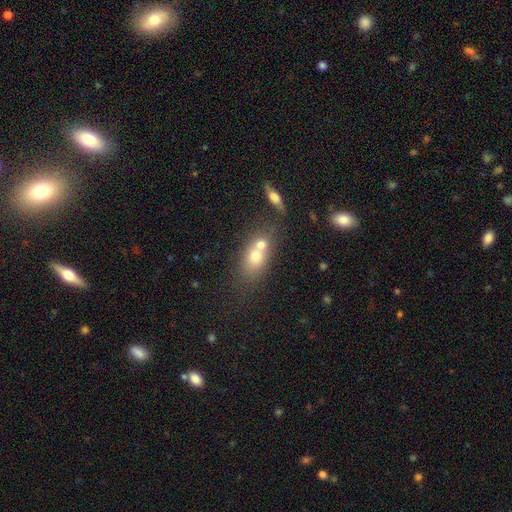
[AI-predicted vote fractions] Smooth or featured? smooth (65%)
How rounded? in between (62%)
Merging? merger (61%)